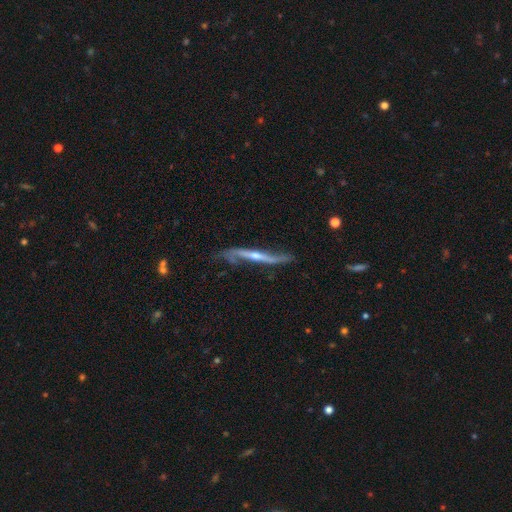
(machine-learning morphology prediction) The model was most divided on "edge-on disk": yes: 68%, no: 32%. More confident: smooth or featured — featured or disk (84%); edge-on bulge — rounded (69%); merging — none (64%).